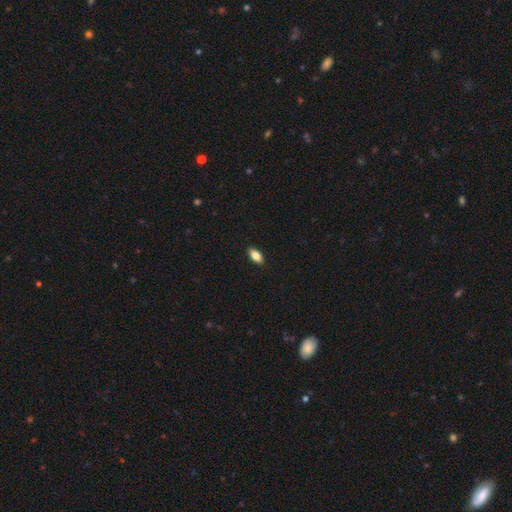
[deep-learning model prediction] smooth 83%, featured or disk 10%, star or artifact 7%. Down the decision tree: how rounded — in between (89%); merging — none (90%).